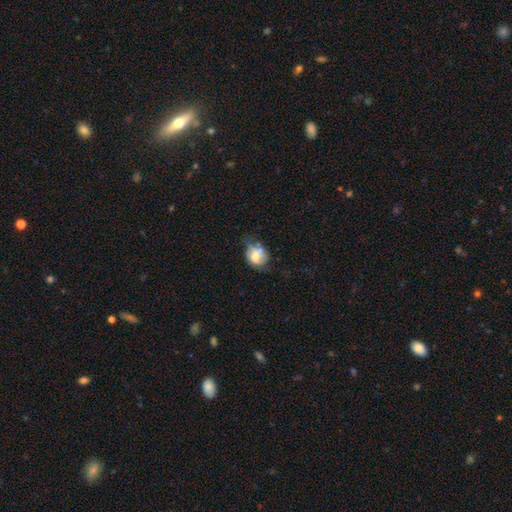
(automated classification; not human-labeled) The model was most divided on "merging": none: 45%, minor disturbance: 30%, major disturbance: 14%, merger: 10%. More confident: smooth or featured — smooth (60%); how rounded — round (58%).